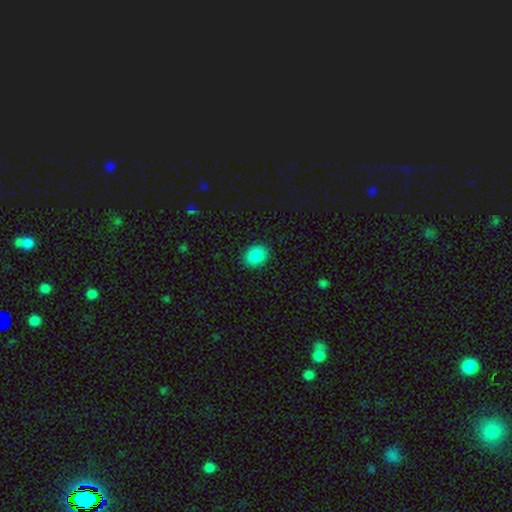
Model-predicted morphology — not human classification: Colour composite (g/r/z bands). It shows a smooth galaxy with no disk features (88%) that is in between round and cigar-shaped (50%, tied with round). Merging: none (90%).